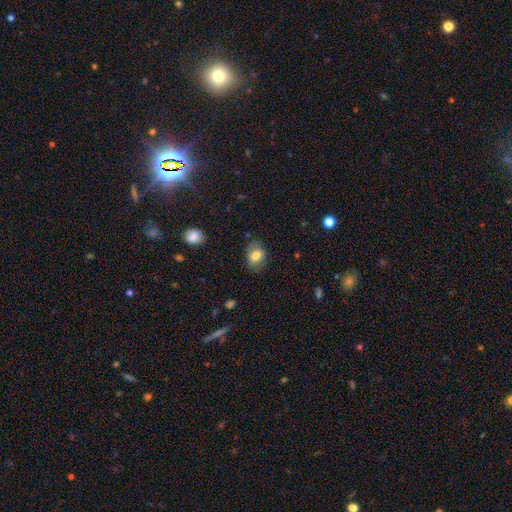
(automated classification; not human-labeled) Smooth or featured?
  - smooth: 76% *
  - featured or disk: 16%
  - star or artifact: 8%
How rounded?
  - in between: 70% *
  - round: 29%
  - cigar-shaped: 1%
Merging?
  - none: 77% *
  - minor disturbance: 16%
  - major disturbance: 5%
  - merger: 1%